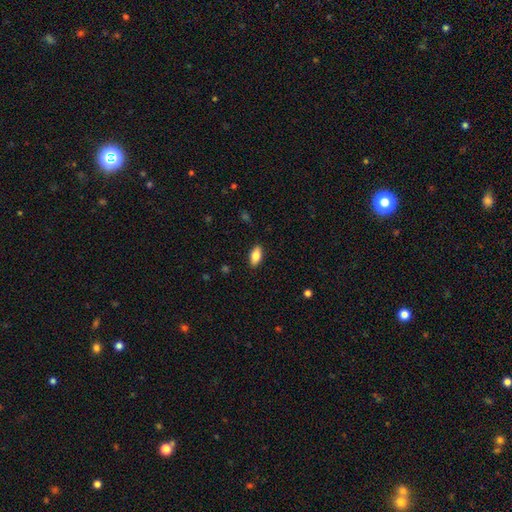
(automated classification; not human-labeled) This appears to be a smooth galaxy with no disk features (81%) that is in between round and cigar-shaped (88%). Merging: none (89%).